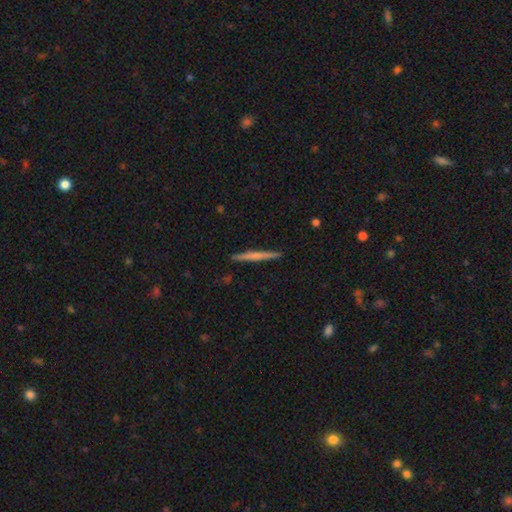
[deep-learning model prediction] This appears to be a smooth galaxy with no disk features (52%) that is cigar-shaped (96%). Merging: none (92%).